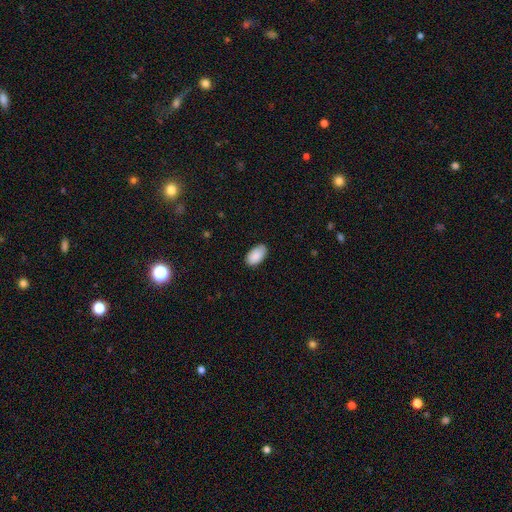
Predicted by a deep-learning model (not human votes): Smooth or featured: smooth — 90% (star or artifact — 6%)
How rounded: in between — 96% (round — 3%)
Merging: none — 84% (minor disturbance — 13%)